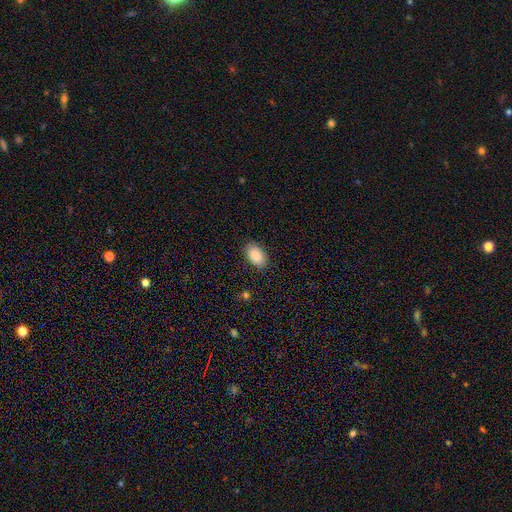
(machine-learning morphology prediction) Smooth or featured?
  - smooth: 89% *
  - star or artifact: 7%
  - featured or disk: 4%
How rounded?
  - in between: 93% *
  - round: 6%
  - cigar-shaped: 1%
Merging?
  - none: 88% *
  - minor disturbance: 9%
  - major disturbance: 2%
  - merger: 1%